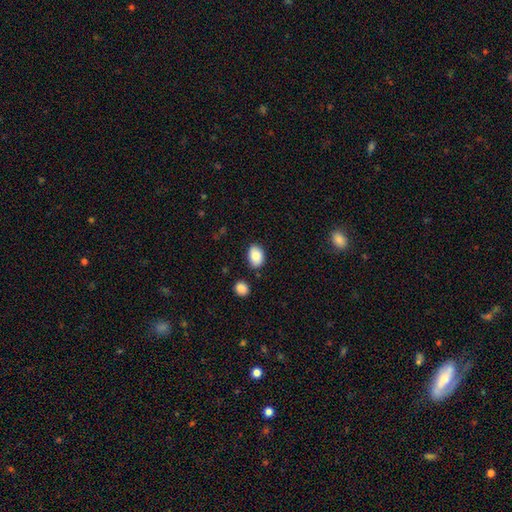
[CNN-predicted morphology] smooth_or_featured: smooth (p=0.85) [alt: star or artifact p=0.08]
how_rounded: in between (p=0.81) [alt: round p=0.18]
merging: none (p=0.80) [alt: minor disturbance p=0.14]